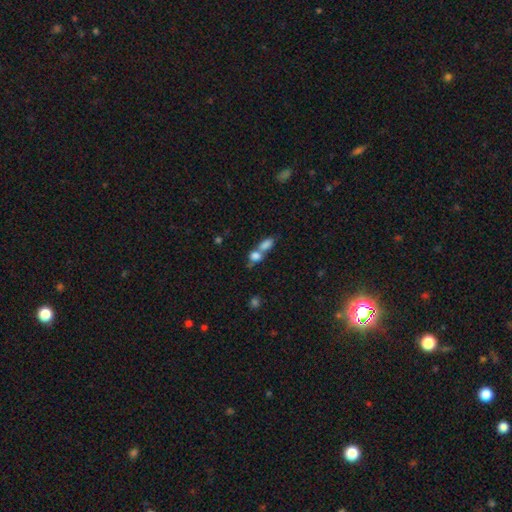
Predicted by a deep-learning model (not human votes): Smooth or featured? Predicted: smooth (p=0.77). How rounded? Predicted: in between (p=0.66). Merging? Predicted: merger (p=0.66).